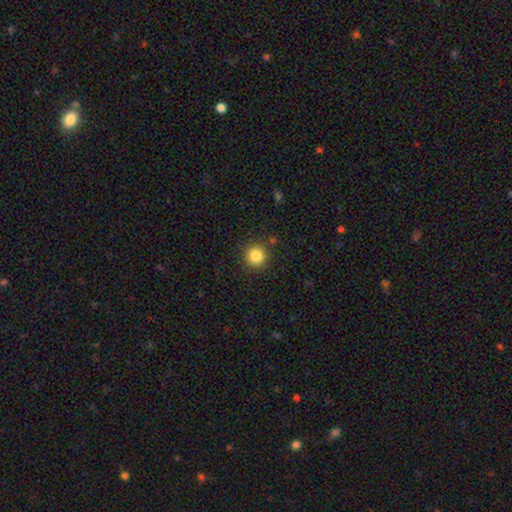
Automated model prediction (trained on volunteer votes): smooth-or-featured: smooth: 84% | star or artifact: 11% | featured or disk: 5%
  how-rounded: round: 94% | in between: 5% | cigar-shaped: 1%
  merging: none: 89% | minor disturbance: 7% | major disturbance: 2% | merger: 2%